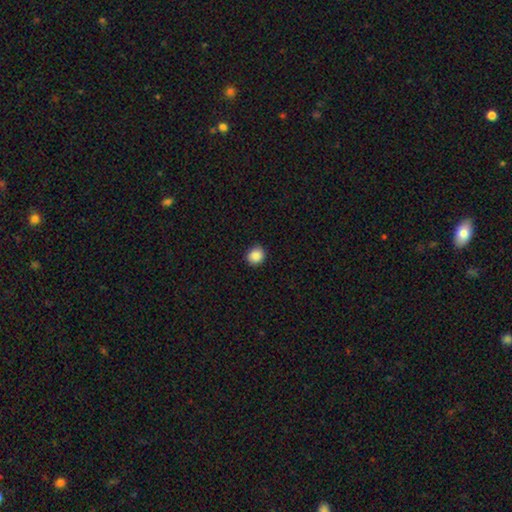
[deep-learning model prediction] Overall: smooth (88%). How rounded: round (79%). Merging: none (90%).